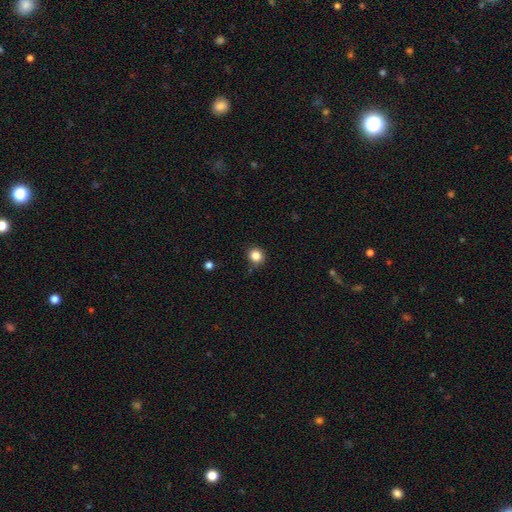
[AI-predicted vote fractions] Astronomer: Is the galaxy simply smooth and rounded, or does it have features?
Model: smooth — 85%.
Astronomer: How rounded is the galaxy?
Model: round — 90%.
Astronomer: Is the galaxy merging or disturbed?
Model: none — 86%.